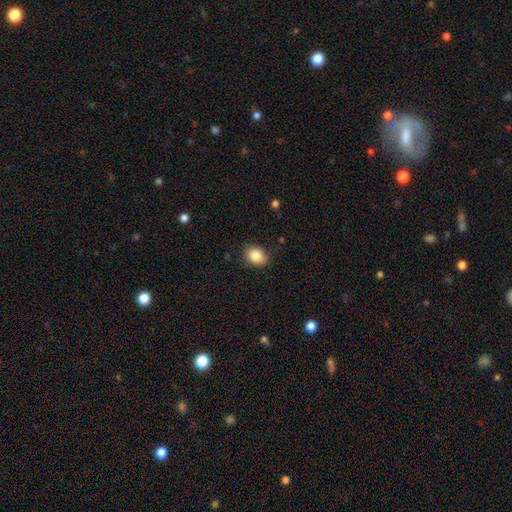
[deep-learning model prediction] A smooth galaxy with no disk features (86%) that is in between round and cigar-shaped (72%).

Vote fractions:
- Smooth or featured? smooth: 86% / star or artifact: 8% / featured or disk: 6%
- How rounded? in between: 72% / round: 27% / cigar-shaped: 1%
- Merging? none: 85% / minor disturbance: 11% / major disturbance: 2% / merger: 1%